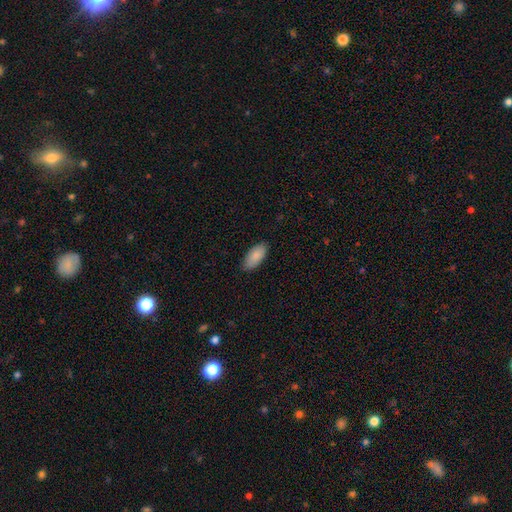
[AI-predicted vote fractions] Morphology: type=smooth (87%); roundness=in between (92%); merging=none (86%).